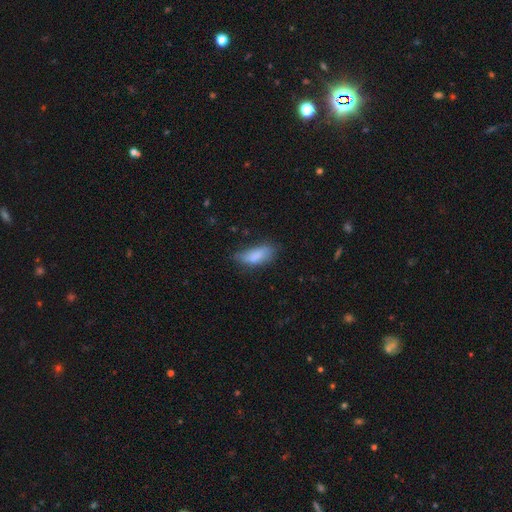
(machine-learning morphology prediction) smooth 82%, featured or disk 11%, star or artifact 7%. Down the decision tree: how rounded — in between (80%); merging — none (56%).